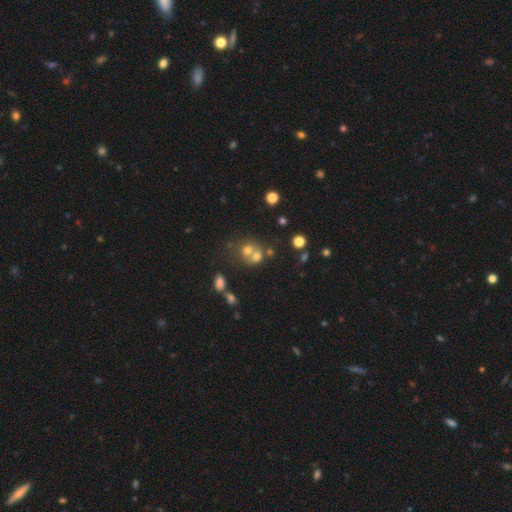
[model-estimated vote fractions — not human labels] The model was most divided on "merging": merger: 54%, none: 34%, minor disturbance: 8%, major disturbance: 5%. More confident: how rounded — round (70%); smooth or featured — smooth (62%).